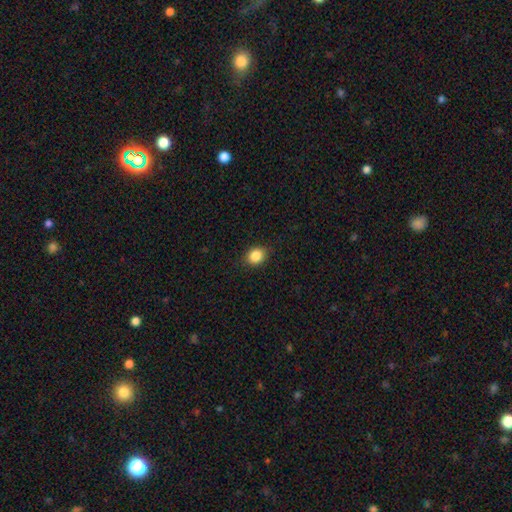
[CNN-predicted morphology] Smooth or featured?
  - smooth: 86% *
  - star or artifact: 9%
  - featured or disk: 4%
How rounded?
  - round: 56% *
  - in between: 43%
  - cigar-shaped: 1%
Merging?
  - none: 88% *
  - minor disturbance: 9%
  - major disturbance: 2%
  - merger: 1%